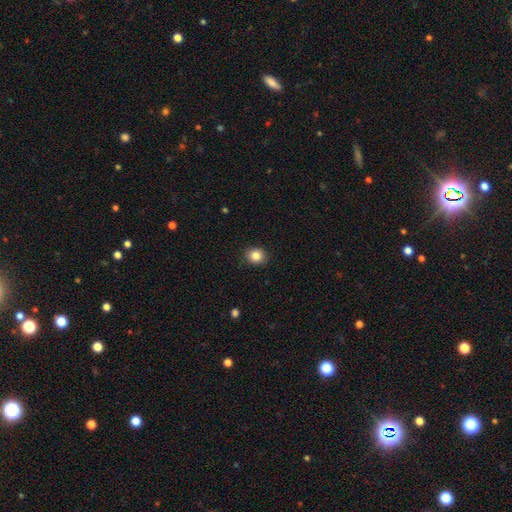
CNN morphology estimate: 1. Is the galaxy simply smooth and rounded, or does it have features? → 85% smooth, 10% star or artifact, 5% featured or disk.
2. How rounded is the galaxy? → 73% round, 26% in between, 1% cigar-shaped.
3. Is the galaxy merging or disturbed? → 88% none, 9% minor disturbance, 2% major disturbance, 1% merger.